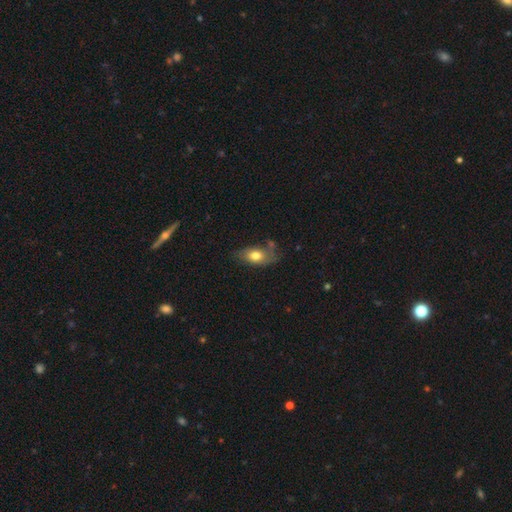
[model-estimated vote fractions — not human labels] Smooth or featured? Predicted: smooth (p=0.72). How rounded? Predicted: in between (p=0.85). Merging? Predicted: none (p=0.54).